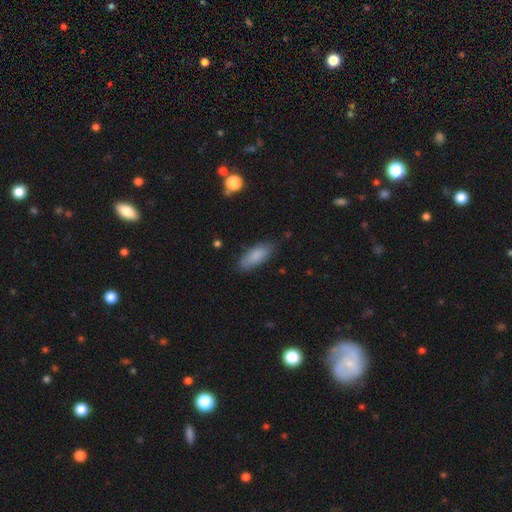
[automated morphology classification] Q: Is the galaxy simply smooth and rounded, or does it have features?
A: smooth — 85%.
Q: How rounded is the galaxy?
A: in between — 75%.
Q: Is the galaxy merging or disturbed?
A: none — 80%.